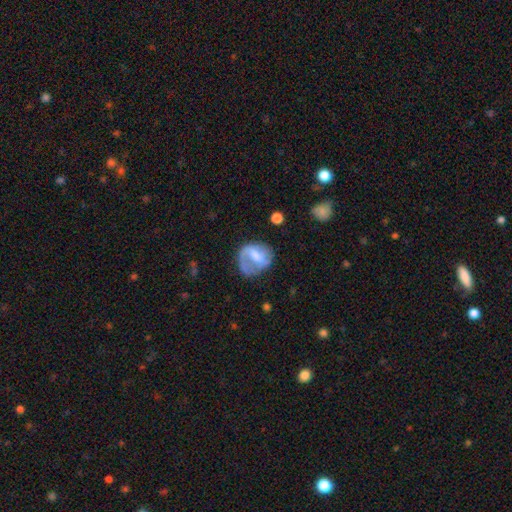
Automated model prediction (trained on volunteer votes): Q: Smooth or featured?
A: featured or disk (55%); runner-up: smooth (38%)
Q: Edge-on disk?
A: no (97%); runner-up: yes (3%)
Q: Bar?
A: weak (47%); runner-up: no (29%)
Q: Spiral arms?
A: yes (67%); runner-up: no (33%)
Q: Bulge size?
A: moderate (44%); runner-up: small (22%)
Q: Merging?
A: none (49%); runner-up: minor disturbance (25%)